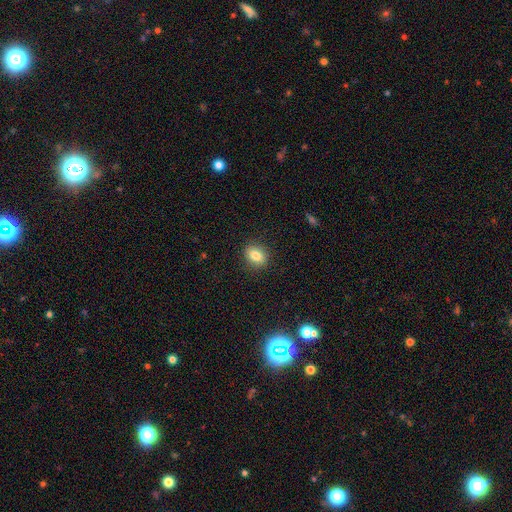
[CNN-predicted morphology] A smooth galaxy with no disk features (81%) that is in between round and cigar-shaped (60%). Merging: none (87%).